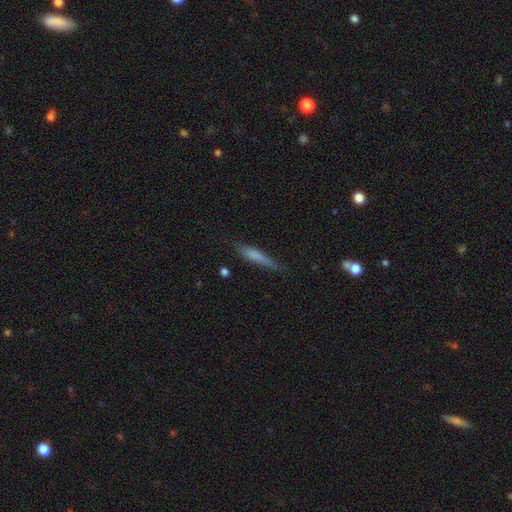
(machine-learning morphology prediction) Smooth or featured: smooth — 71% (featured or disk — 21%)
How rounded: cigar-shaped — 88% (in between — 10%)
Merging: none — 70% (minor disturbance — 22%)